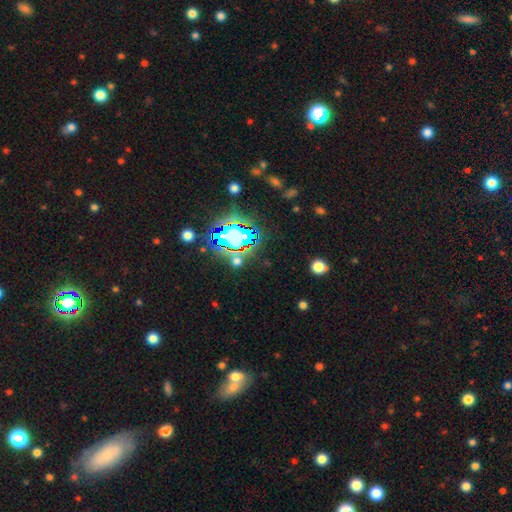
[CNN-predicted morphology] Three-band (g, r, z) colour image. It shows a star or artifact, not a galaxy (76%).